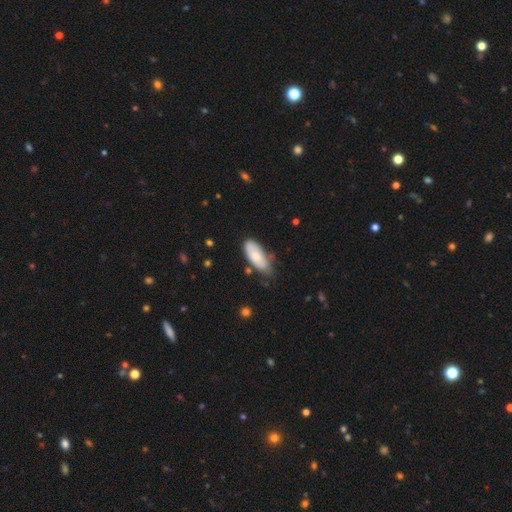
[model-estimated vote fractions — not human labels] This appears to be a smooth galaxy with no disk features (77%) that is in between round and cigar-shaped (81%). Merging: none (58%).